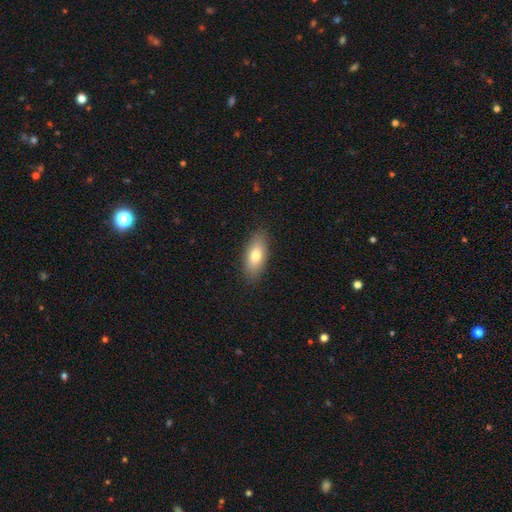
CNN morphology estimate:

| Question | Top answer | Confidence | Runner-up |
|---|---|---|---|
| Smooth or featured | smooth | 77% | featured or disk (17%) |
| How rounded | in between | 82% | cigar-shaped (14%) |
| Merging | none | 87% | minor disturbance (10%) |